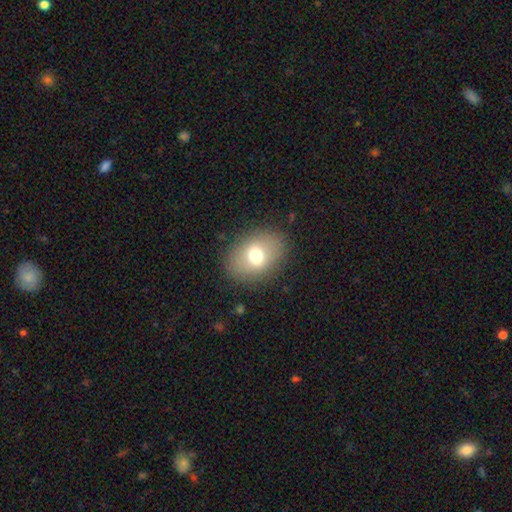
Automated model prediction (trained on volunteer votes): Smooth or featured: smooth — 70% (featured or disk — 20%)
How rounded: in between — 72% (round — 27%)
Merging: none — 85% (minor disturbance — 10%)